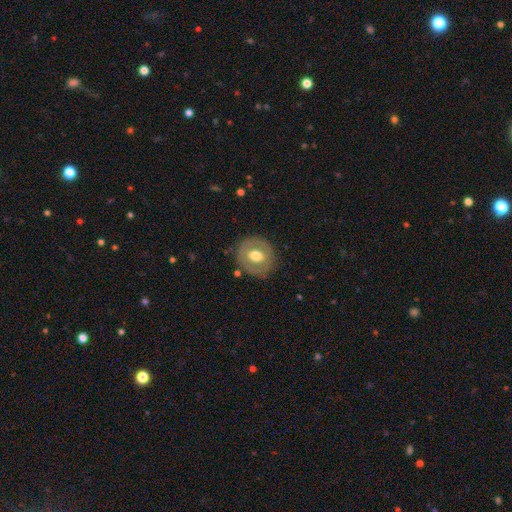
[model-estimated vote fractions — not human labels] Smooth or featured: smooth — 51% (featured or disk — 42%)
How rounded: round — 82% (in between — 17%)
Merging: none — 82% (minor disturbance — 12%)